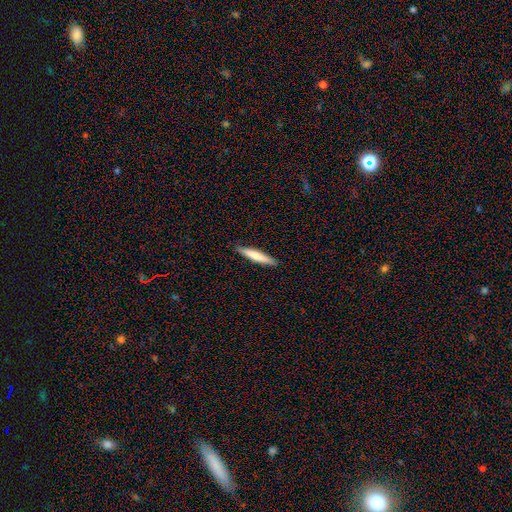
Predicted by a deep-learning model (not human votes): Morphology: type=smooth (73%); roundness=cigar-shaped (91%); merging=none (89%).